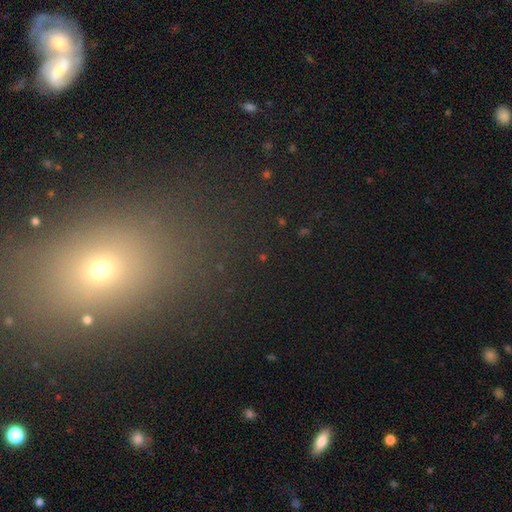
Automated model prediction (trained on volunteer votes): smooth_or_featured: smooth (p=0.47) [alt: star or artifact p=0.41]
merging: none (p=0.81) [alt: minor disturbance p=0.09]